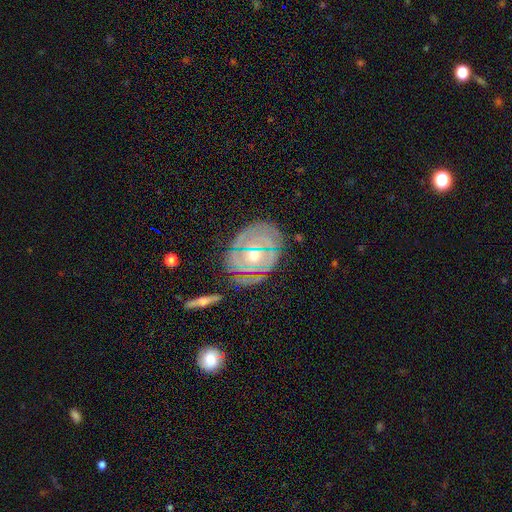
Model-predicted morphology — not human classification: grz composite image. It shows a featured or disk galaxy (80%) with no bar (57%), tight (79%) spiral arms (92%) and a moderate central bulge (58%). Merging: none (74%).